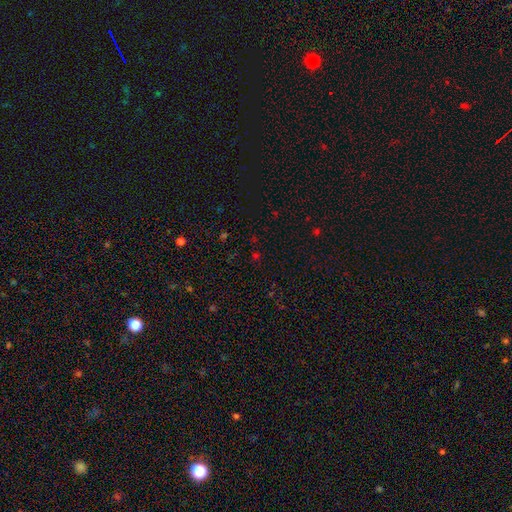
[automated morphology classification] This appears to be a star or artifact, not a galaxy (58%).